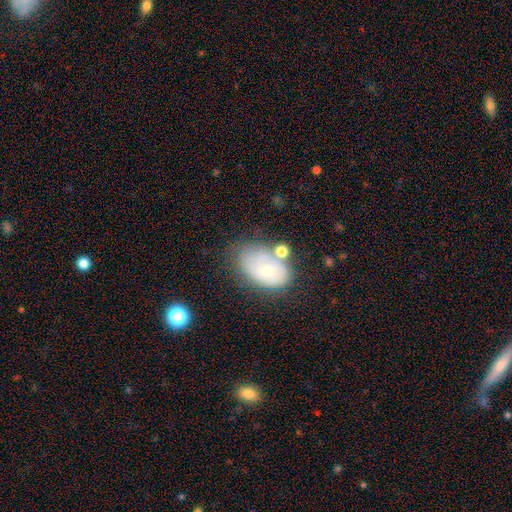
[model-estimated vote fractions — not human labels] Smooth or featured?
  - smooth: 54% *
  - featured or disk: 36%
  - star or artifact: 10%
How rounded?
  - in between: 87% *
  - round: 12%
  - cigar-shaped: 1%
Merging?
  - none: 49% *
  - minor disturbance: 28%
  - major disturbance: 12%
  - merger: 11%